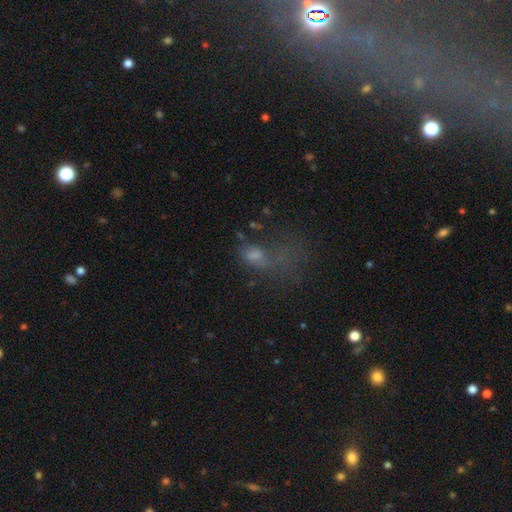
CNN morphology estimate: smooth 53%, featured or disk 29%, star or artifact 18%. Down the decision tree: how rounded — in between (79%); merging — major disturbance (57%).